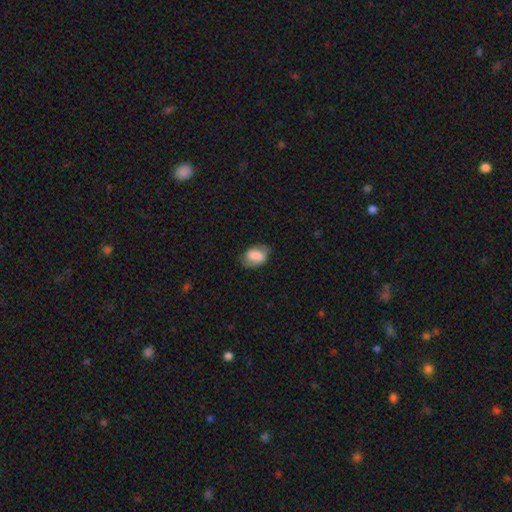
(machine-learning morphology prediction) A smooth galaxy with no disk features (68%) that is in between round and cigar-shaped (84%). Merging: none (69%).